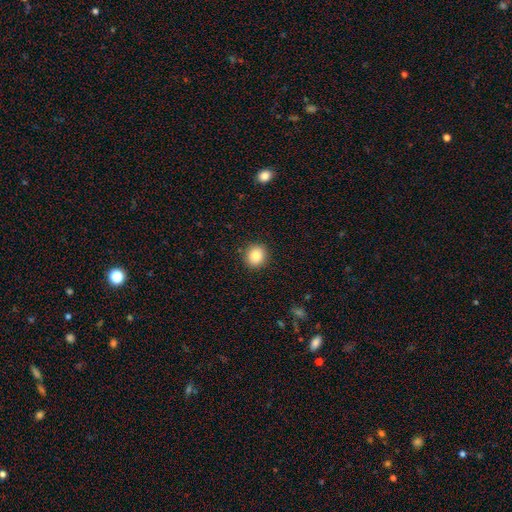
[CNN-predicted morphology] Smooth or featured?
  - smooth: 84% *
  - star or artifact: 9%
  - featured or disk: 6%
How rounded?
  - round: 85% *
  - in between: 14%
  - cigar-shaped: 1%
Merging?
  - none: 91% *
  - minor disturbance: 6%
  - major disturbance: 2%
  - merger: 1%